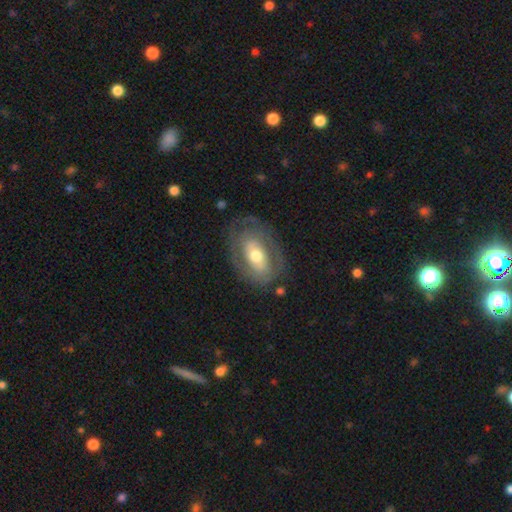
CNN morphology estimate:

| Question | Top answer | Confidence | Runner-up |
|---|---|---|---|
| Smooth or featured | featured or disk | 66% | smooth (28%) |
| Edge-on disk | no | 93% | yes (7%) |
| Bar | no | 46% | weak (31%) |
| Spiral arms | yes | 56% | no (44%) |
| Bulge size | moderate | 68% | small (16%) |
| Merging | none | 69% | minor disturbance (18%) |